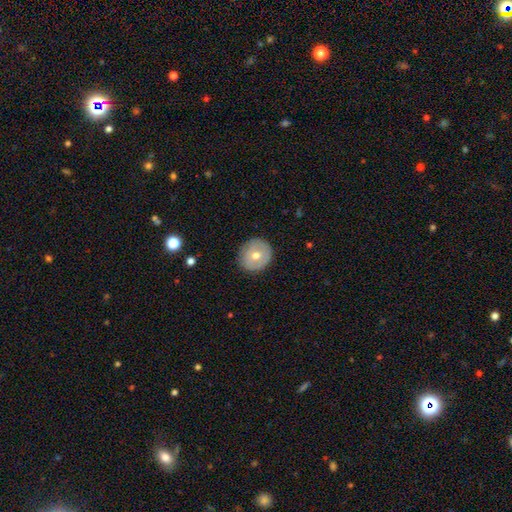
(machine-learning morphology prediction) Smooth or featured?
  - smooth: 60% *
  - featured or disk: 33%
  - star or artifact: 8%
How rounded?
  - round: 91% *
  - in between: 8%
  - cigar-shaped: 1%
Merging?
  - none: 87% *
  - minor disturbance: 10%
  - major disturbance: 2%
  - merger: 1%